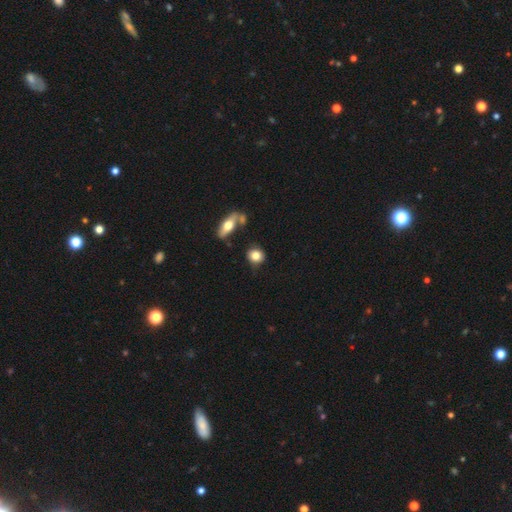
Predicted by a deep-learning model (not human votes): A smooth galaxy with no disk features (82%) that is round (79%).

Vote fractions:
- Smooth or featured? smooth: 82% / featured or disk: 10% / star or artifact: 8%
- How rounded? round: 79% / in between: 18% / cigar-shaped: 2%
- Merging? none: 75% / minor disturbance: 13% / merger: 7% / major disturbance: 4%